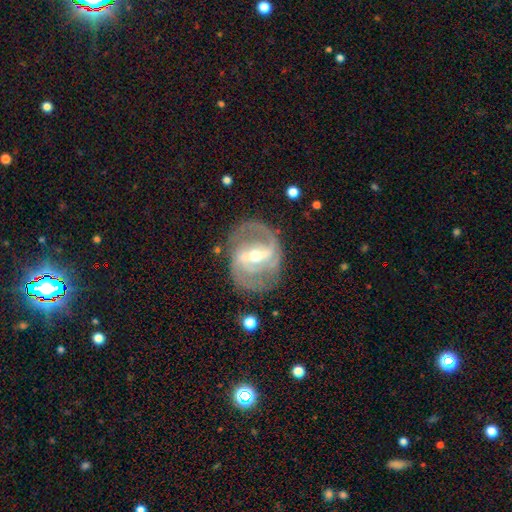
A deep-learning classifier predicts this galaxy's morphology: A featured or disk galaxy (88%) with a strong bar (58%), 2 (76%) medium (50%) spiral arms (94%) and a moderate central bulge (54%). Merging: none (74%).